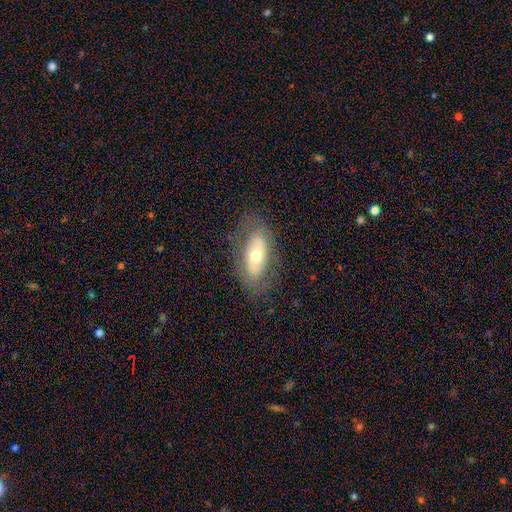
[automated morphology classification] Smooth or featured? Predicted: smooth (p=0.50). How rounded? Predicted: in between (p=0.85). Merging? Predicted: none (p=0.77).